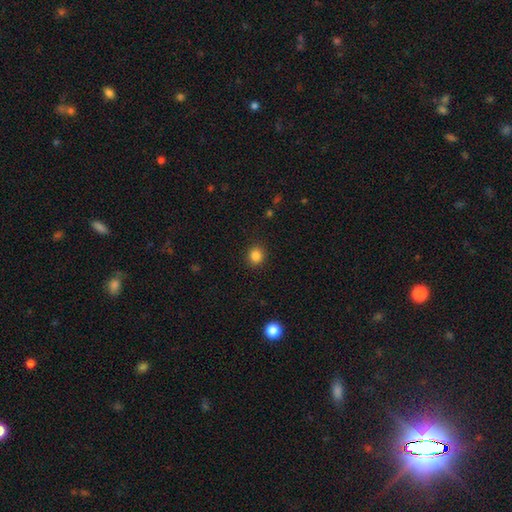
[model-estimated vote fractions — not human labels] smooth 85%, star or artifact 11%, featured or disk 4%. Down the decision tree: how rounded — round (85%); merging — none (91%).